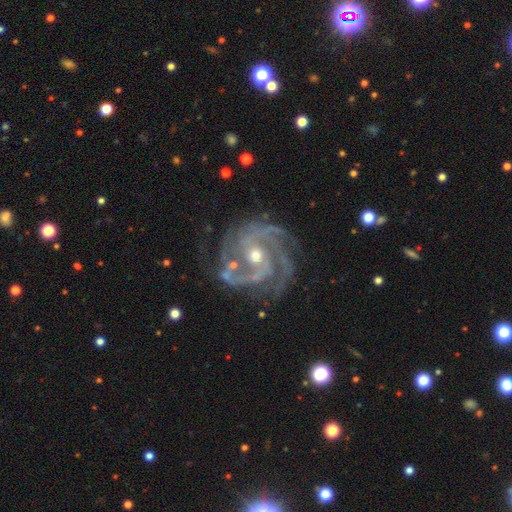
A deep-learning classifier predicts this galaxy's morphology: Smooth or featured? featured or disk (92%)
Edge-on disk? no (98%)
Bar? no (66%)
Spiral arms? yes (98%)
Spiral winding? tight (58%)
Spiral arm count? 3 (38%)
Bulge size? moderate (68%)
Merging? none (70%)